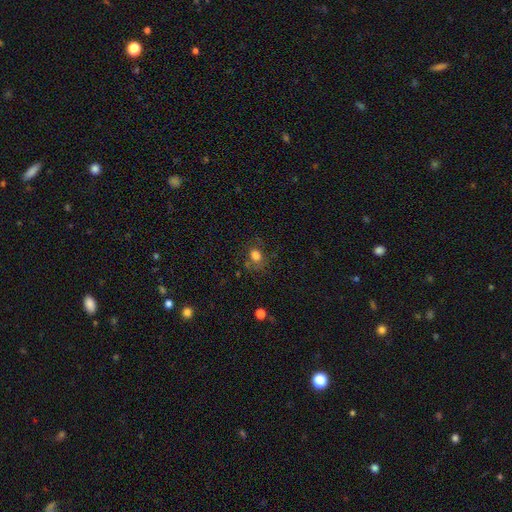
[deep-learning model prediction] smooth 71%, star or artifact 16%, featured or disk 13%. Down the decision tree: how rounded — round (58%); merging — none (64%).